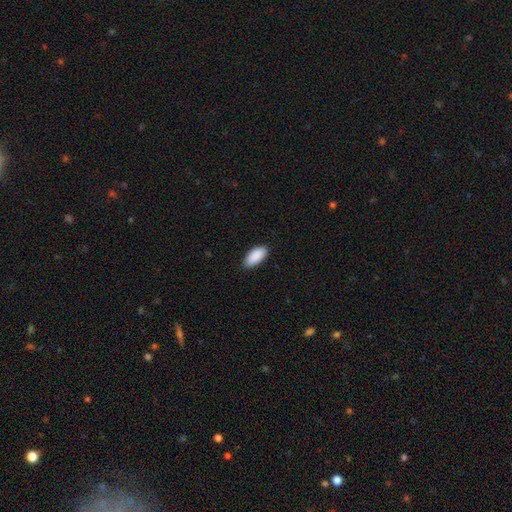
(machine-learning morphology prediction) smooth_or_featured: smooth (p=0.91) [alt: star or artifact p=0.06]
how_rounded: in between (p=0.92) [alt: cigar-shaped p=0.06]
merging: none (p=0.87) [alt: minor disturbance p=0.10]